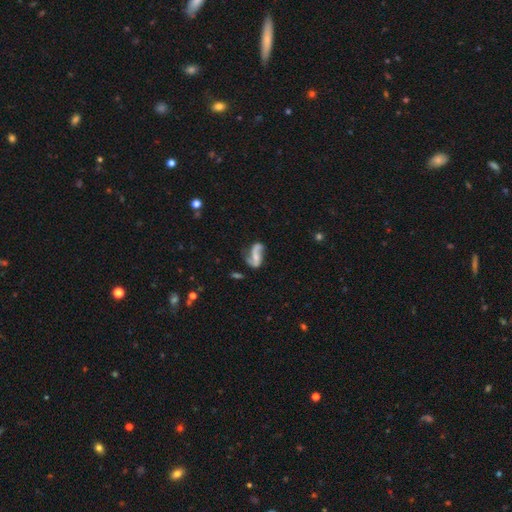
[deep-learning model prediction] A featured or disk galaxy (75%) with no bar (40%), 2 (86%) loose (70%) spiral arms (90%) and a small central bulge (47%).

Vote fractions:
- Smooth or featured? featured or disk: 75% / smooth: 18% / star or artifact: 7%
- Edge-on disk? no: 96% / yes: 4%
- Bar? no: 40% / weak: 33% / strong: 26%
- Spiral arms? yes: 90% / no: 10%
- Spiral winding? loose: 70% / medium: 22% / tight: 7%
- Spiral arm count? 2: 86% / 1: 8% / can't tell: 4% / 3: 1% / 4: 1% / more than 4: 1%
- Bulge size? small: 47% / none: 24% / moderate: 24% / large: 3% / dominant: 1%
- Merging? none: 52% / minor disturbance: 22% / major disturbance: 19% / merger: 7%